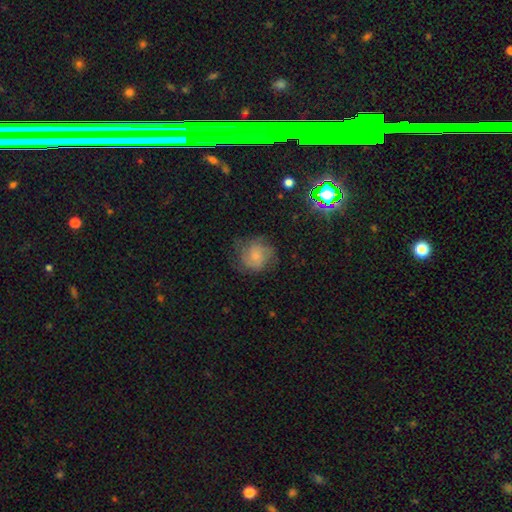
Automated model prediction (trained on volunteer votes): A smooth galaxy with no disk features (52%) that is round (83%).

Vote fractions:
- Smooth or featured? smooth: 52% / featured or disk: 37% / star or artifact: 11%
- How rounded? round: 83% / in between: 16% / cigar-shaped: 1%
- Merging? none: 64% / minor disturbance: 23% / major disturbance: 12% / merger: 1%